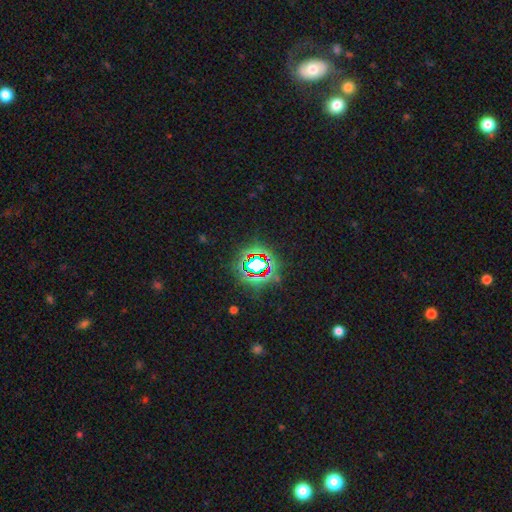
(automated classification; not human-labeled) This is likely a star or artifact rather than a galaxy (76%).